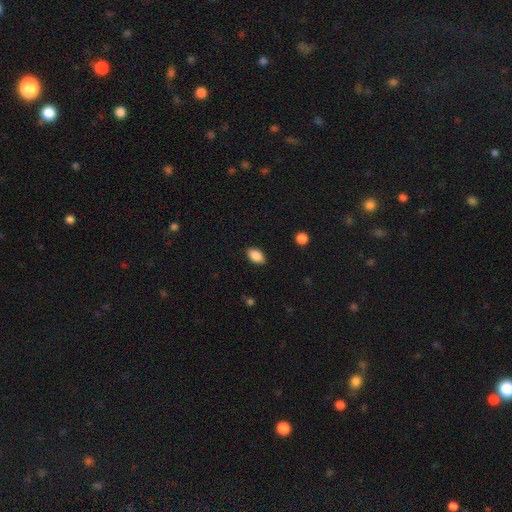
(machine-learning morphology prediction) Smooth or featured: smooth — 88% (star or artifact — 8%)
How rounded: in between — 91% (round — 8%)
Merging: none — 87% (minor disturbance — 10%)